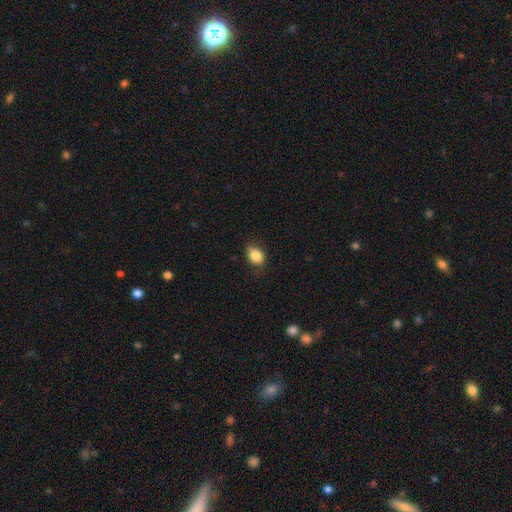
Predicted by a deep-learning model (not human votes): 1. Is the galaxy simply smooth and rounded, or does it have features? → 86% smooth, 8% star or artifact, 6% featured or disk.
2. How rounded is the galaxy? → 68% in between, 31% round, 1% cigar-shaped.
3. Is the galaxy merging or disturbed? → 74% none, 21% minor disturbance, 5% major disturbance, 1% merger.